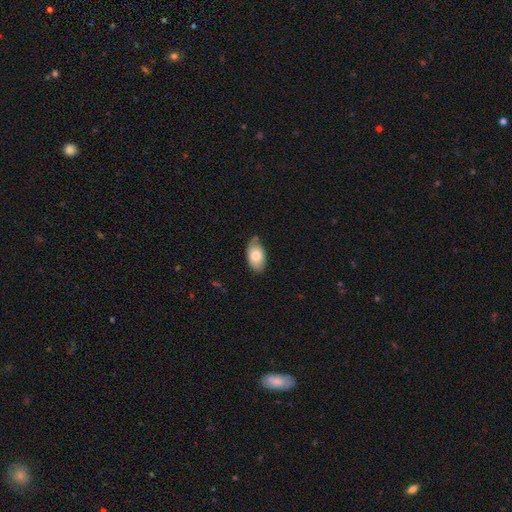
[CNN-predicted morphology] type=smooth (75%); roundness=in between (93%); merging=none (64%).